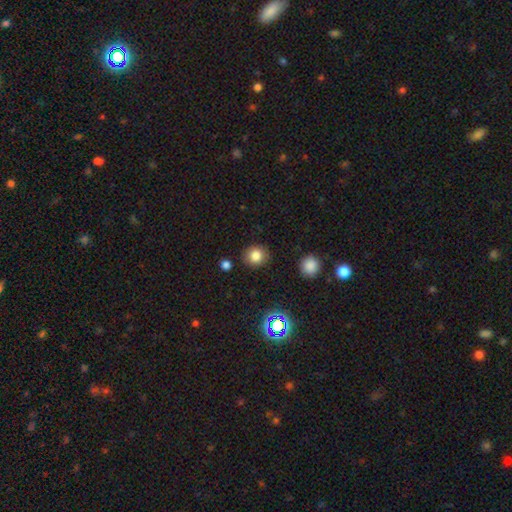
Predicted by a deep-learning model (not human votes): A smooth galaxy with no disk features (82%) that is round (85%). Merging: none (87%).